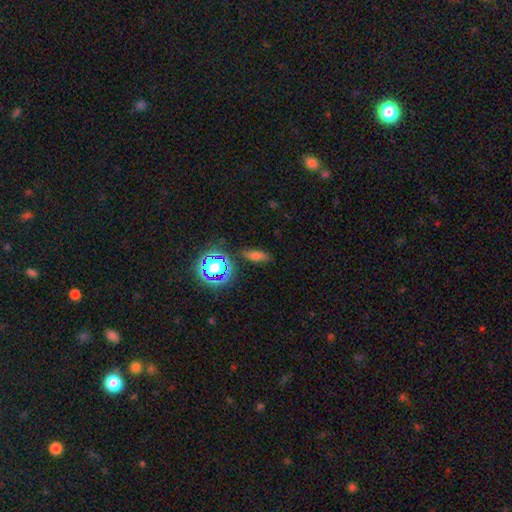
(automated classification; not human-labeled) A smooth galaxy with no disk features (65%) that is in between round and cigar-shaped (53%). Merging: none (81%).